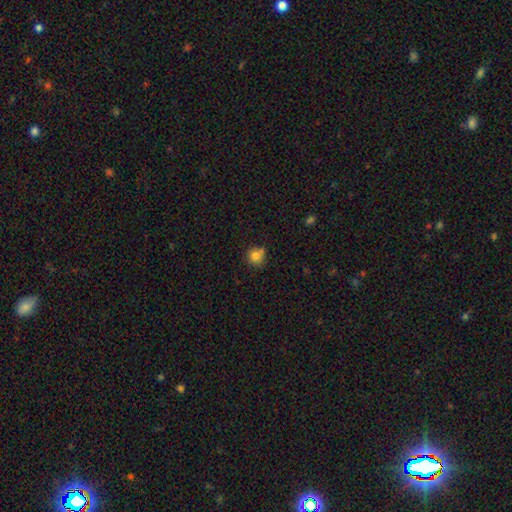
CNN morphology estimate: Smooth or featured? Predicted: smooth (p=0.80). How rounded? Predicted: round (p=0.90). Merging? Predicted: none (p=0.68).